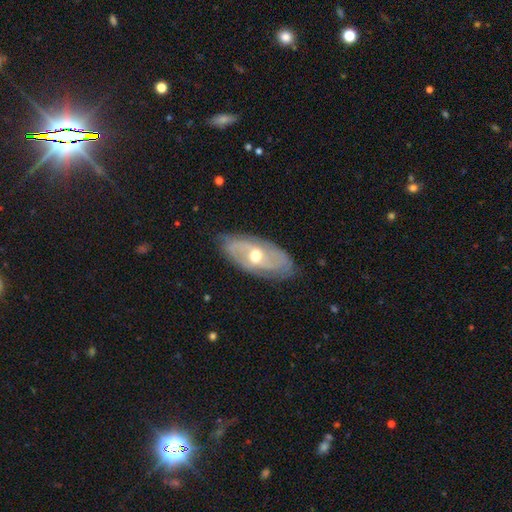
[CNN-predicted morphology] Q: Smooth or featured?
A: featured or disk (72%); runner-up: smooth (22%)
Q: Edge-on disk?
A: no (89%); runner-up: yes (11%)
Q: Bar?
A: no (57%); runner-up: weak (33%)
Q: Spiral arms?
A: yes (75%); runner-up: no (25%)
Q: Bulge size?
A: moderate (74%); runner-up: small (18%)
Q: Merging?
A: none (78%); runner-up: minor disturbance (16%)